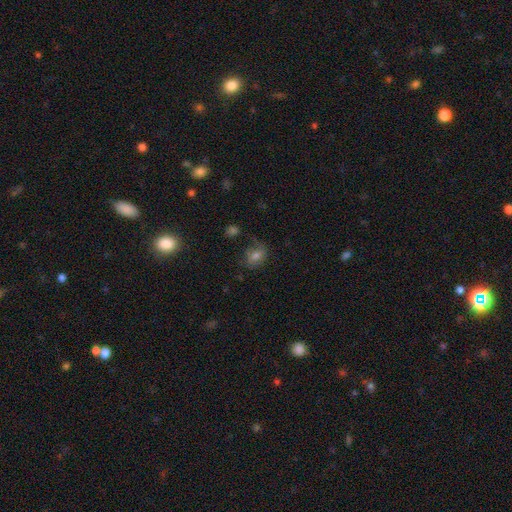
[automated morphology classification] smooth_or_featured: smooth (p=0.63) [alt: featured or disk p=0.22]
how_rounded: in between (p=0.61) [alt: round p=0.37]
merging: none (p=0.62) [alt: minor disturbance p=0.23]